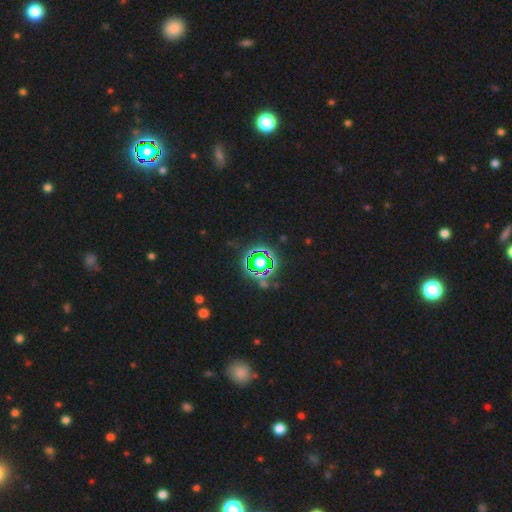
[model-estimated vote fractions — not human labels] Smooth or featured?
  - star or artifact: 63% *
  - smooth: 22%
  - featured or disk: 15%